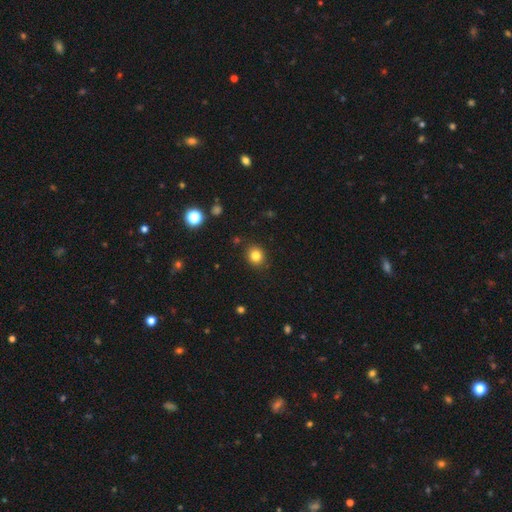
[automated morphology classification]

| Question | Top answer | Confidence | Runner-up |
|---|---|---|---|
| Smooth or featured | smooth | 82% | star or artifact (12%) |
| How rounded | round | 72% | in between (28%) |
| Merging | none | 88% | minor disturbance (8%) |